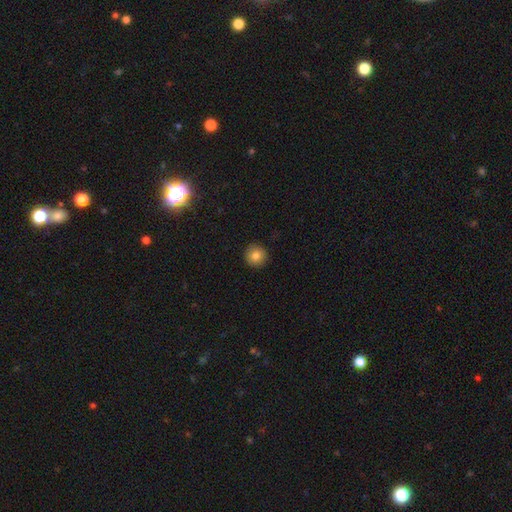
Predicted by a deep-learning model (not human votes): Smooth or featured: smooth — 83% (star or artifact — 10%)
How rounded: round — 95% (in between — 4%)
Merging: none — 92% (minor disturbance — 6%)